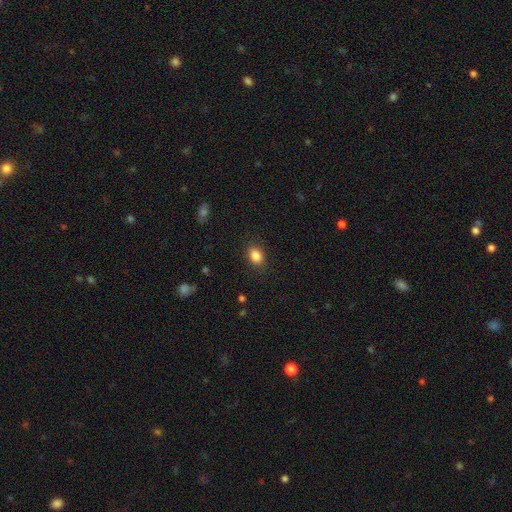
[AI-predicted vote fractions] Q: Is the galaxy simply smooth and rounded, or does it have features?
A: smooth — 87%.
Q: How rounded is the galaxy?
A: in between — 70%.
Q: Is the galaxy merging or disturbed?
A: none — 87%.